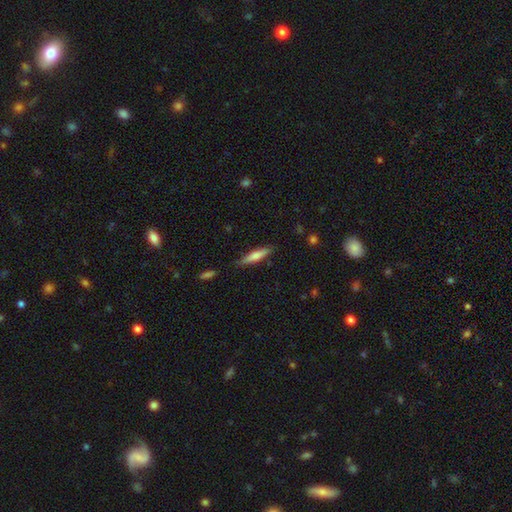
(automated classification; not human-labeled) Smooth or featured?
  - smooth: 63% *
  - featured or disk: 31%
  - star or artifact: 6%
How rounded?
  - cigar-shaped: 82% *
  - in between: 16%
  - round: 2%
Merging?
  - none: 84% *
  - minor disturbance: 12%
  - major disturbance: 2%
  - merger: 2%